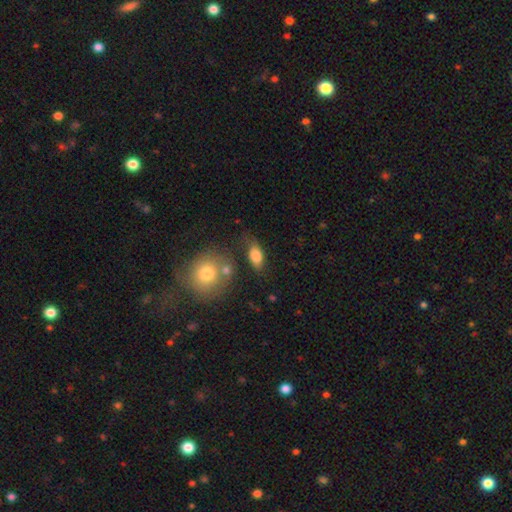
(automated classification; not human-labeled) smooth-or-featured: smooth: 81% | featured or disk: 11% | star or artifact: 8%
  how-rounded: in between: 86% | round: 8% | cigar-shaped: 6%
  merging: none: 61% | minor disturbance: 21% | merger: 10% | major disturbance: 8%